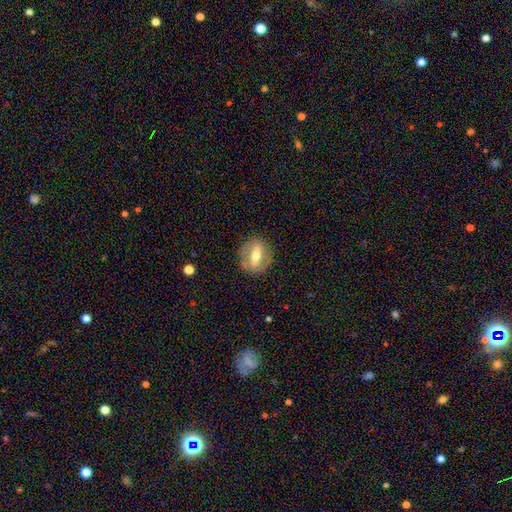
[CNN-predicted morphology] Q: Smooth or featured?
A: featured or disk (61%); runner-up: smooth (32%)
Q: Edge-on disk?
A: no (74%); runner-up: yes (26%)
Q: Merging?
A: none (83%); runner-up: minor disturbance (11%)